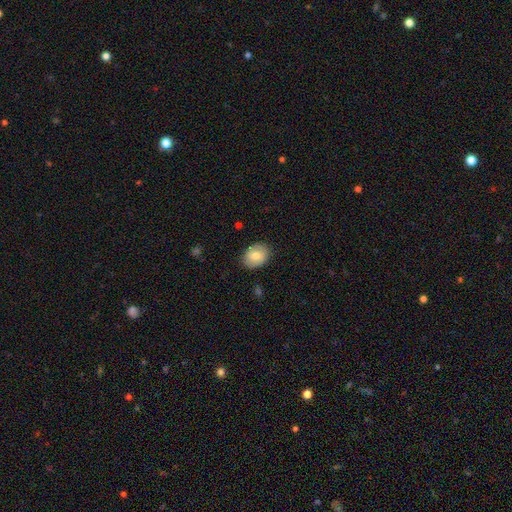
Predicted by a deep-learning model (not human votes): Smooth or featured? Predicted: smooth (p=0.75). How rounded? Predicted: in between (p=0.68). Merging? Predicted: none (p=0.86).